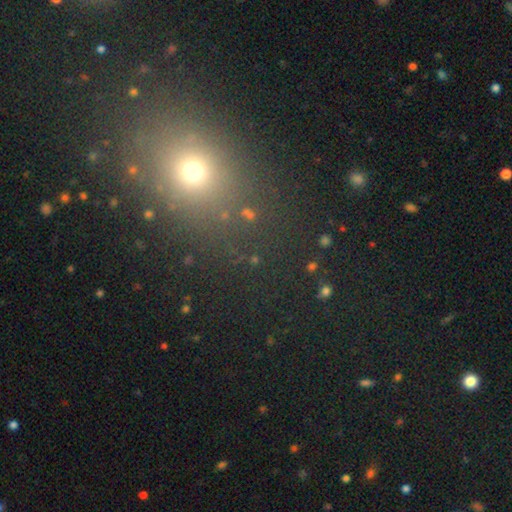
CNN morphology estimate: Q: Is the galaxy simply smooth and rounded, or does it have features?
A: smooth — 50%.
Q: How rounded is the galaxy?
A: round — 53%.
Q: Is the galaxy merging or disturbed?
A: none — 83%.